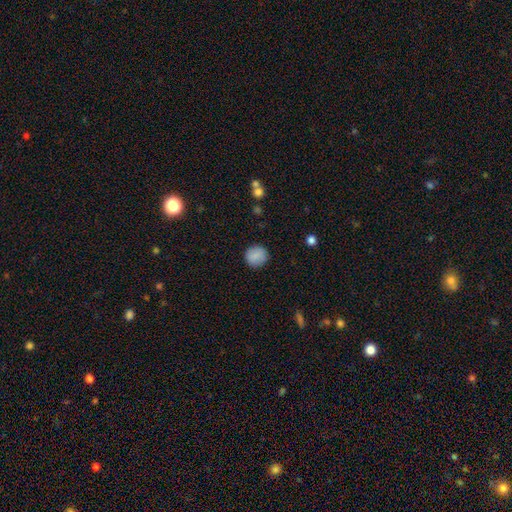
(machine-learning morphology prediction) The model was most divided on "smooth or featured": smooth: 86%, star or artifact: 8%, featured or disk: 7%. More confident: how rounded — round (90%); merging — none (88%).